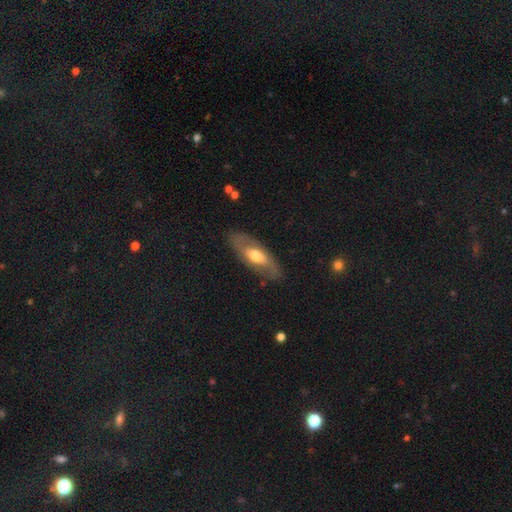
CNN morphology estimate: Smooth or featured?
  - featured or disk: 55% *
  - smooth: 40%
  - star or artifact: 5%
Edge-on disk?
  - no: 78% *
  - yes: 22%
Merging?
  - none: 81% *
  - minor disturbance: 13%
  - major disturbance: 4%
  - merger: 1%